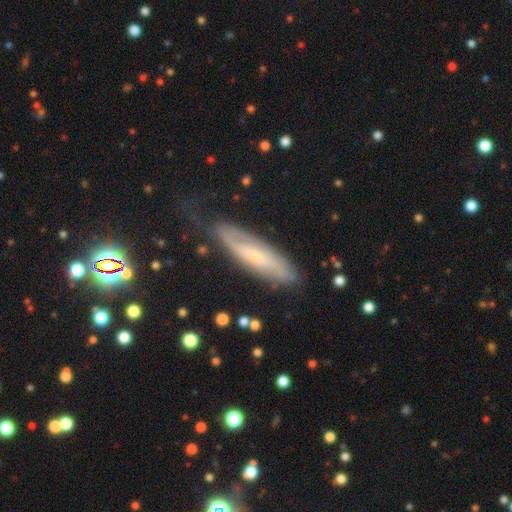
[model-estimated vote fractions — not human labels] A featured or disk galaxy (53%). Merging: none (66%).